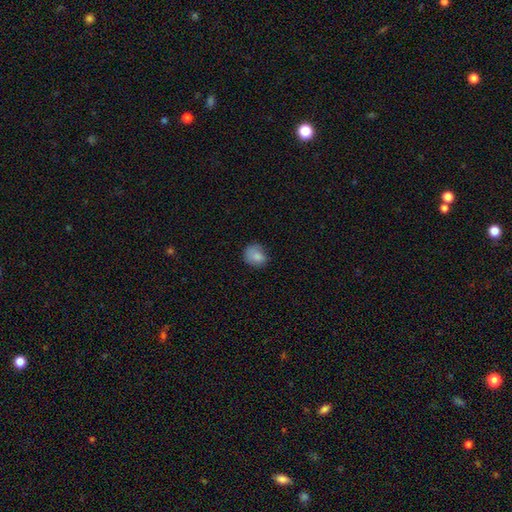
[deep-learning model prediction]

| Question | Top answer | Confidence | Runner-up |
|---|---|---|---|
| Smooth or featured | smooth | 82% | star or artifact (9%) |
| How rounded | round | 70% | in between (29%) |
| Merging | none | 65% | minor disturbance (26%) |